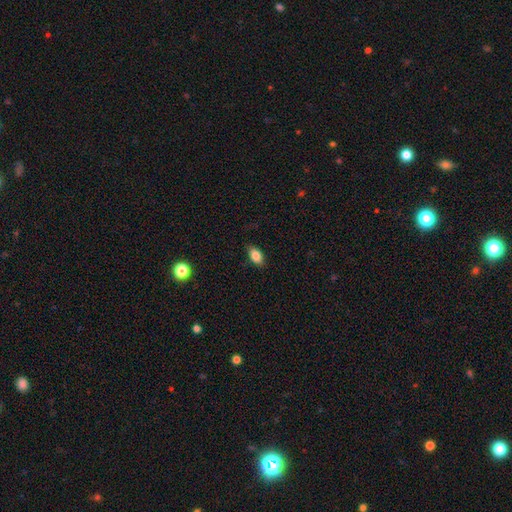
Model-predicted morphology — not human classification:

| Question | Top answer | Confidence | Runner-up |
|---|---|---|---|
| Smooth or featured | smooth | 83% | featured or disk (8%) |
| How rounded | in between | 89% | round (7%) |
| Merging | none | 85% | minor disturbance (11%) |